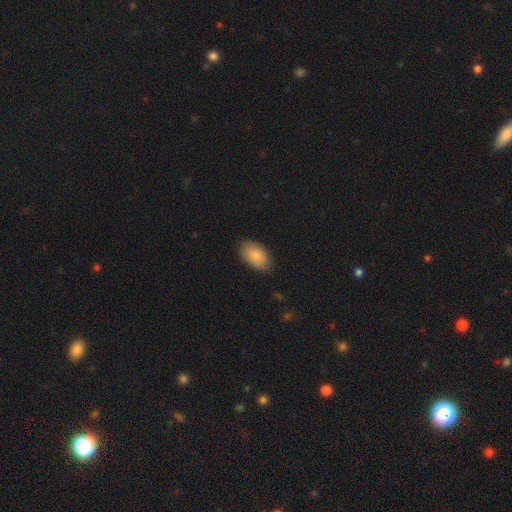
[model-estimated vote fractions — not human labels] This is clearly a smooth galaxy (85%). How rounded: clearly in between (93%). Merging: clearly none (85%).